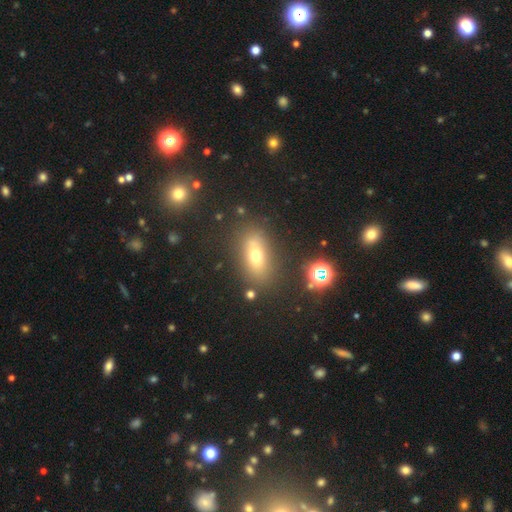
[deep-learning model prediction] Morphology: type=smooth (63%); roundness=in between (74%); merging=none (78%).